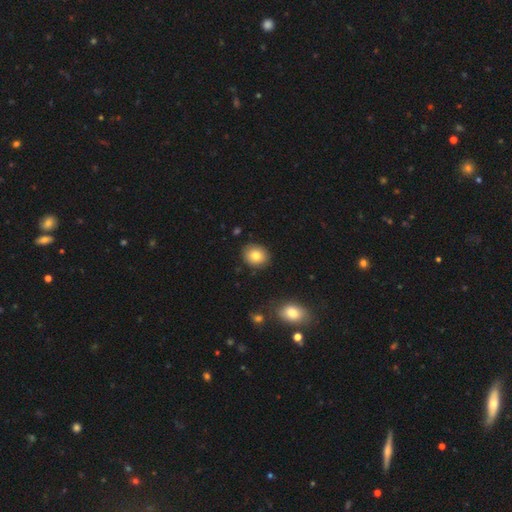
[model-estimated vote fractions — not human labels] A smooth galaxy with no disk features (80%) that is round (67%). Merging: none (88%).